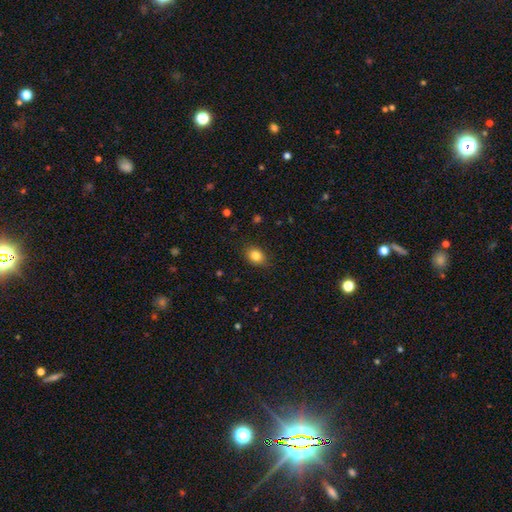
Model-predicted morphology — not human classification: A smooth galaxy with no disk features (84%) that is in between round and cigar-shaped (58%).

Vote fractions:
- Smooth or featured? smooth: 84% / star or artifact: 10% / featured or disk: 6%
- How rounded? in between: 58% / round: 41% / cigar-shaped: 1%
- Merging? none: 84% / minor disturbance: 12% / major disturbance: 3% / merger: 1%